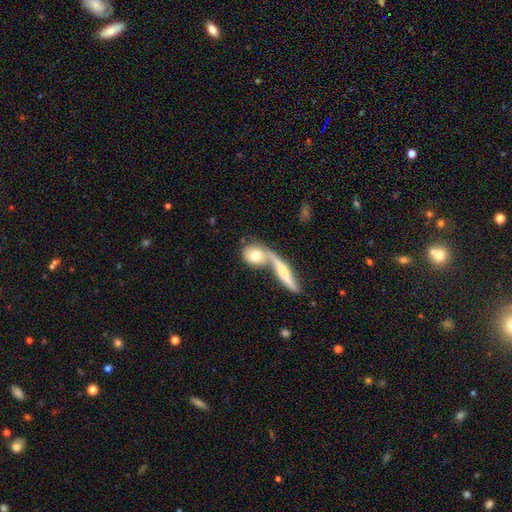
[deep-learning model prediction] smooth_or_featured: smooth (p=0.64) [alt: featured or disk p=0.30]
how_rounded: round (p=0.50) [alt: in between p=0.39]
merging: merger (p=0.59) [alt: none p=0.27]